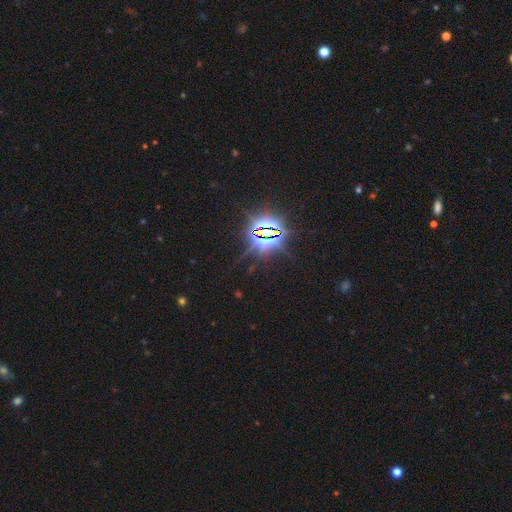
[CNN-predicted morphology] This appears to be a star or artifact, not a galaxy (86%).